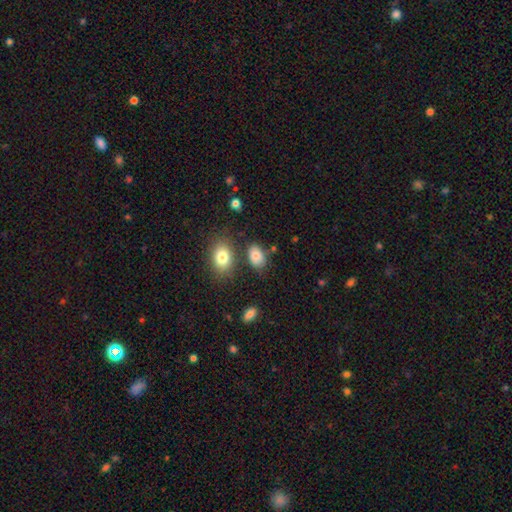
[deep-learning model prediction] Smooth or featured: smooth — 80% (featured or disk — 10%)
How rounded: in between — 87% (round — 12%)
Merging: none — 72% (minor disturbance — 15%)